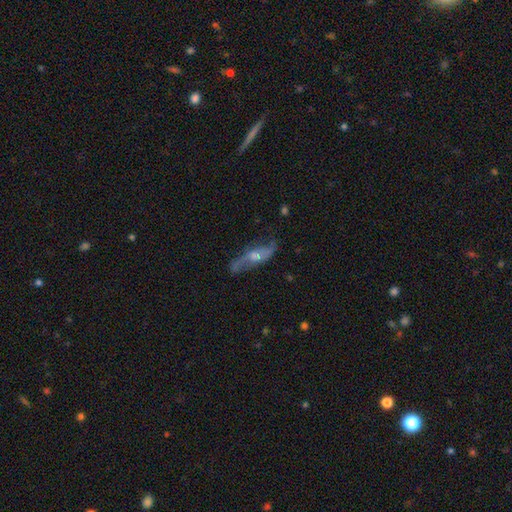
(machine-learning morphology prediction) Smooth or featured? Predicted: featured or disk (p=0.75). Edge-on disk? Predicted: no (p=0.73). Bar? Predicted: no (p=0.54). Spiral arms? Predicted: yes (p=0.89). Bulge size? Predicted: moderate (p=0.53). Merging? Predicted: none (p=0.70).